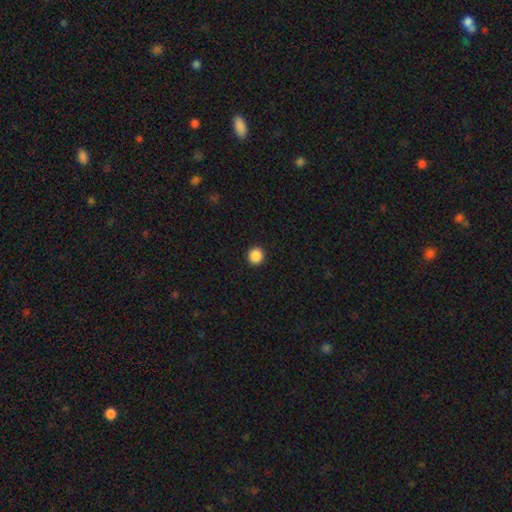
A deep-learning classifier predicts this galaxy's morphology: This is clearly a smooth galaxy (89%). How rounded: clearly round (90%). Merging: clearly none (93%).